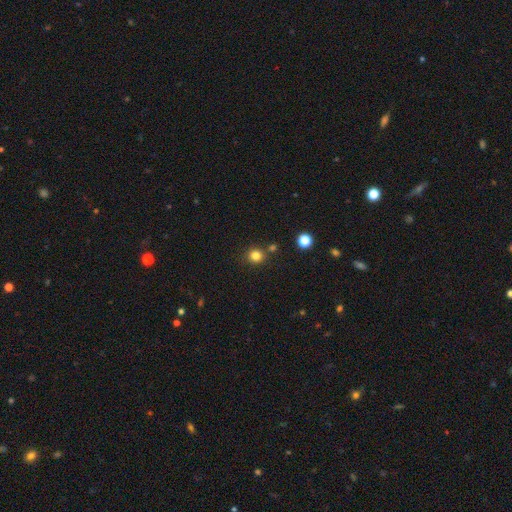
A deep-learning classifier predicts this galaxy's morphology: type=smooth (81%); roundness=round (89%); merging=none (81%).